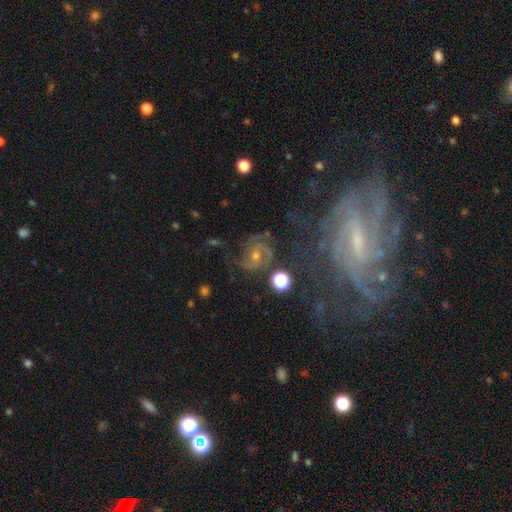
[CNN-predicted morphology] This is likely a featured or disk galaxy (77%). It is clearly not viewed edge-on (98%). Bar: possibly no (53%). Spiral arm pattern: clearly yes (96%). Spiral arm count: likely 2 (61%). Spiral winding: possibly medium (48%). Central bulge: possibly moderate (49%). Merging: likely none (67%).